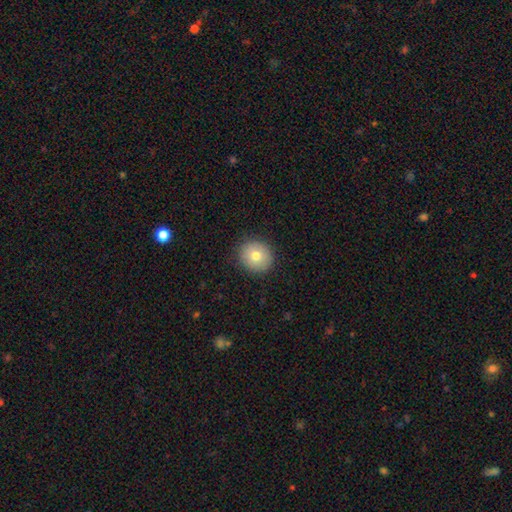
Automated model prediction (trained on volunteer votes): Morphology: type=smooth (76%); roundness=round (89%); merging=none (90%).